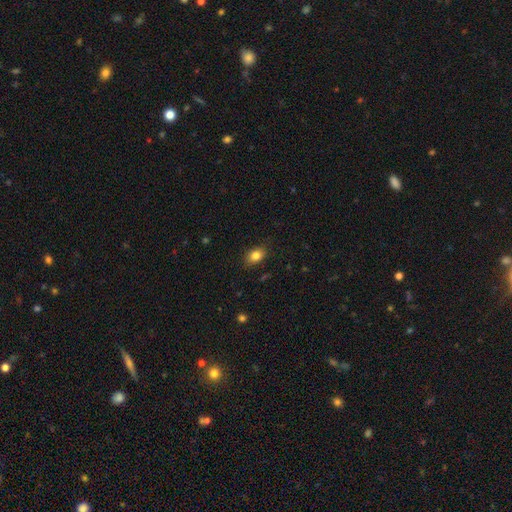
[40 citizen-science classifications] This appears to be a smooth galaxy with no disk features (85%) that is in between round and cigar-shaped (82%). Merging: none (92%).